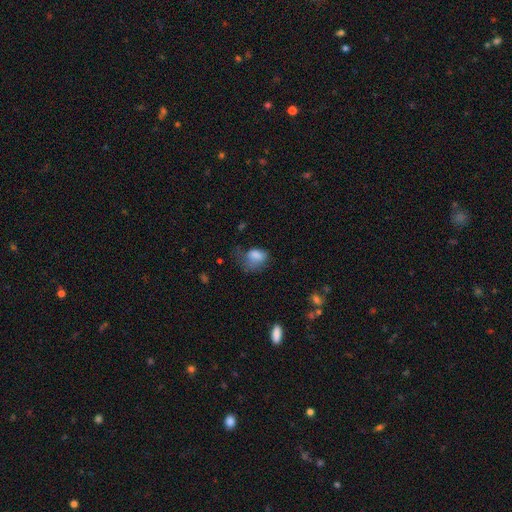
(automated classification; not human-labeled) The model was most divided on "merging": major disturbance: 43%, minor disturbance: 29%, none: 25%, merger: 3%. More confident: how rounded — in between (77%); smooth or featured — smooth (74%).